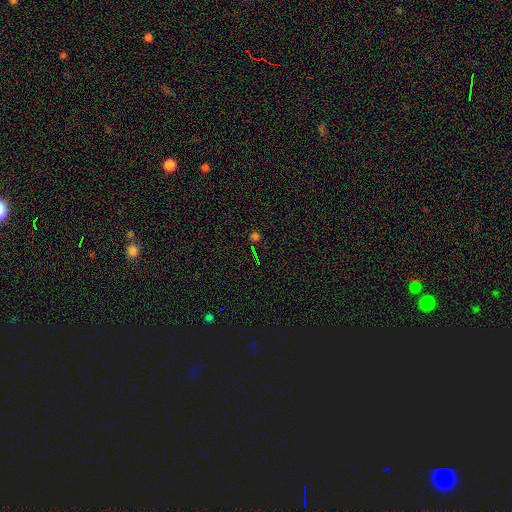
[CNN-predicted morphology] This appears to be a star or artifact, not a galaxy (69%).